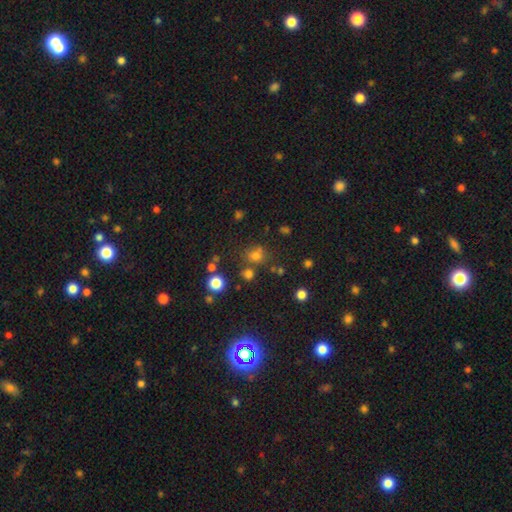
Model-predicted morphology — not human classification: Smooth or featured: smooth — 62% (star or artifact — 29%)
How rounded: round — 77% (in between — 22%)
Merging: none — 66% (merger — 17%)